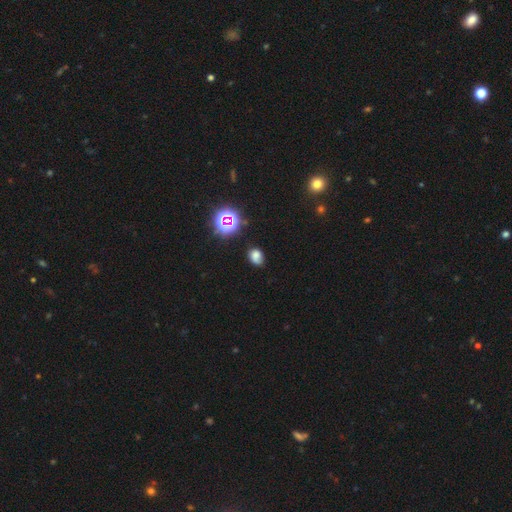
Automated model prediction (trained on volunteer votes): A smooth galaxy with no disk features (70%) that is in between round and cigar-shaped (61%). Merging: none (65%).